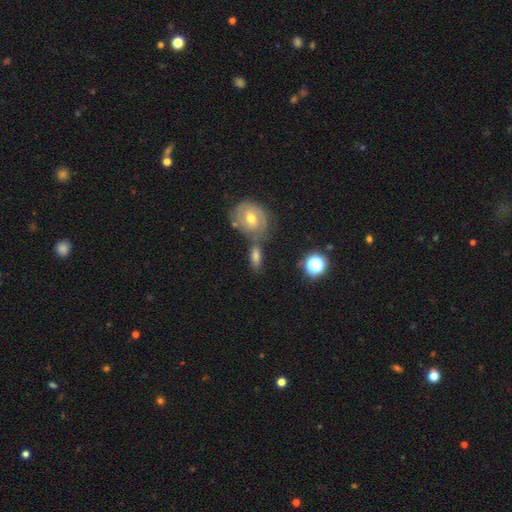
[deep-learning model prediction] smooth 55%, featured or disk 34%, star or artifact 11%. Down the decision tree: how rounded — in between (72%); merging — none (49%).